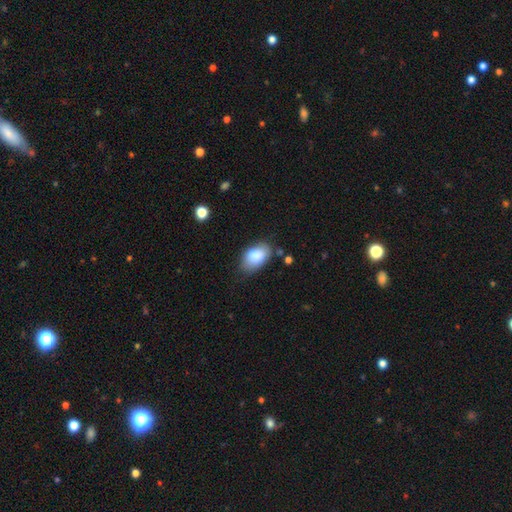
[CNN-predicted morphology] This appears to be a smooth galaxy with no disk features (86%) that is in between round and cigar-shaped (92%). Merging: none (68%).